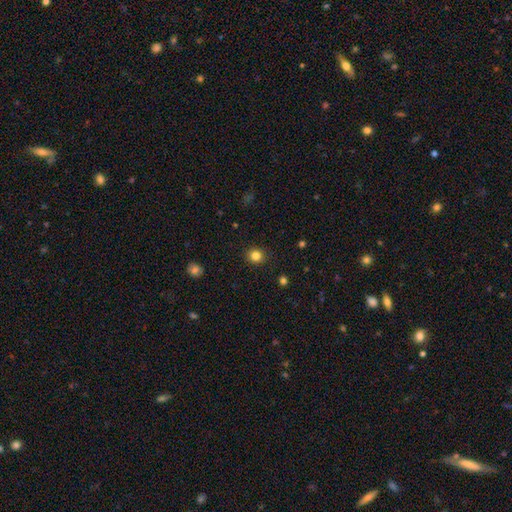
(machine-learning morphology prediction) This is clearly a smooth galaxy (83%). How rounded: clearly round (88%). Merging: clearly none (91%).